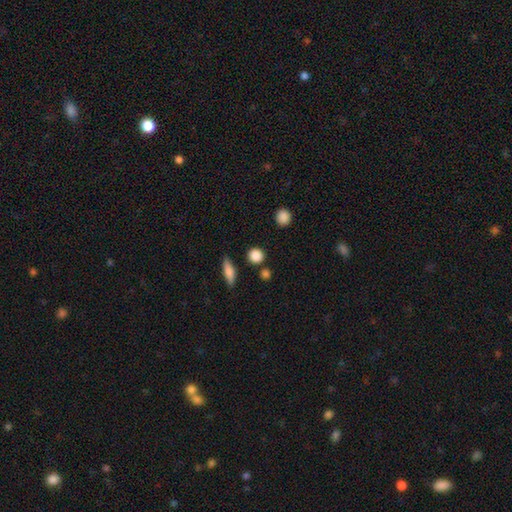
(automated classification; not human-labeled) A smooth galaxy with no disk features (85%) that is round (87%). Merging: none (83%).